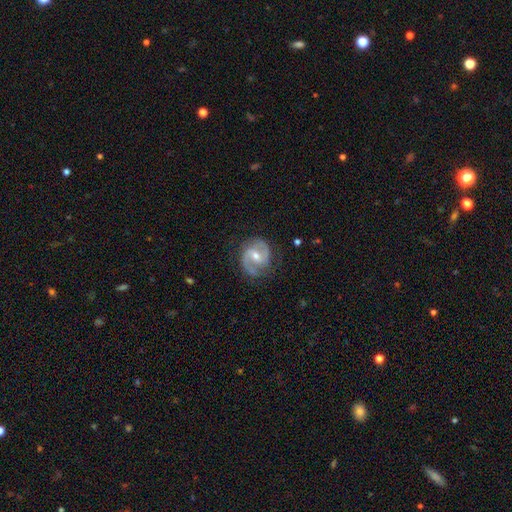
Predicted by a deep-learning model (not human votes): Morphology: type=featured or disk (88%); edge-on=no (98%); bar=weak (51%); spiral arms=yes (97%); winding=medium (58%); arm count=2 (91%); bulge=moderate (57%); merging=none (78%).